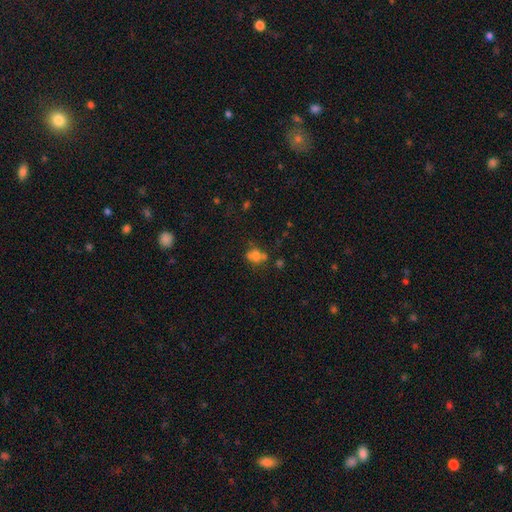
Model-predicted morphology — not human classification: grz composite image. It shows a smooth galaxy with no disk features (62%) that is round (58%). Merging: none (46%).